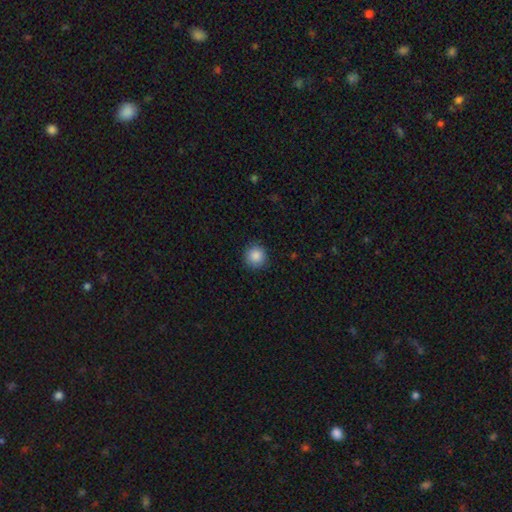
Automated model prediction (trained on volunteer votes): This is clearly a smooth galaxy (87%). How rounded: clearly round (94%). Merging: clearly none (89%).